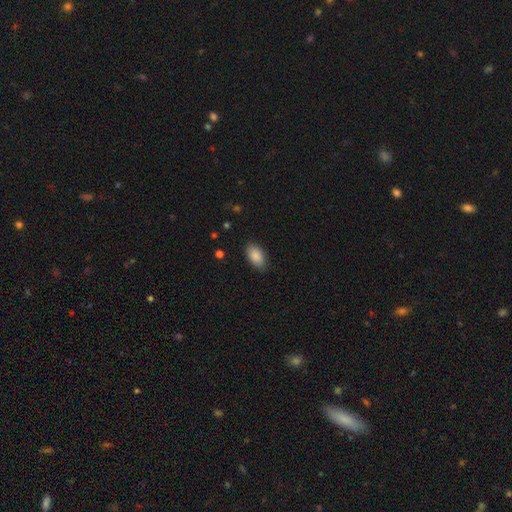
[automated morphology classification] A smooth galaxy with no disk features (88%) that is in between round and cigar-shaped (94%).

Vote fractions:
- Smooth or featured? smooth: 88% / star or artifact: 7% / featured or disk: 5%
- How rounded? in between: 94% / round: 4% / cigar-shaped: 3%
- Merging? none: 84% / minor disturbance: 12% / major disturbance: 3% / merger: 1%